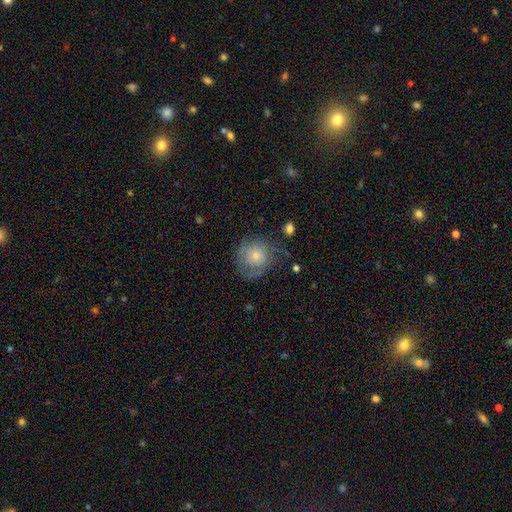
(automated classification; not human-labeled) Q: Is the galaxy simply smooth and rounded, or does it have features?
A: smooth — 54%.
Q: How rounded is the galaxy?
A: round — 85%.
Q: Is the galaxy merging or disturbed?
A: none — 53%.